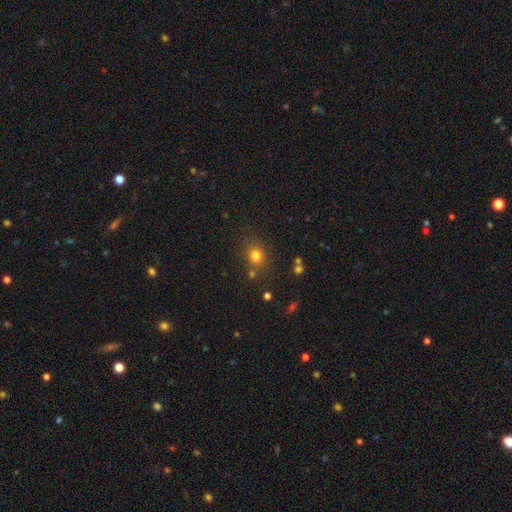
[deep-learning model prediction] The model was most divided on "how rounded": round: 72%, in between: 27%, cigar-shaped: 1%. More confident: smooth or featured — smooth (78%); merging — none (76%).